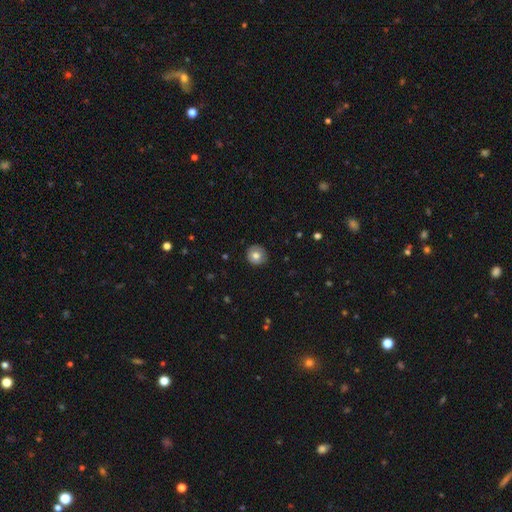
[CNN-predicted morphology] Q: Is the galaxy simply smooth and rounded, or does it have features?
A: smooth — 79%.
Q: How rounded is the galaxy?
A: round — 94%.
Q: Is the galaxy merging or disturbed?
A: none — 89%.